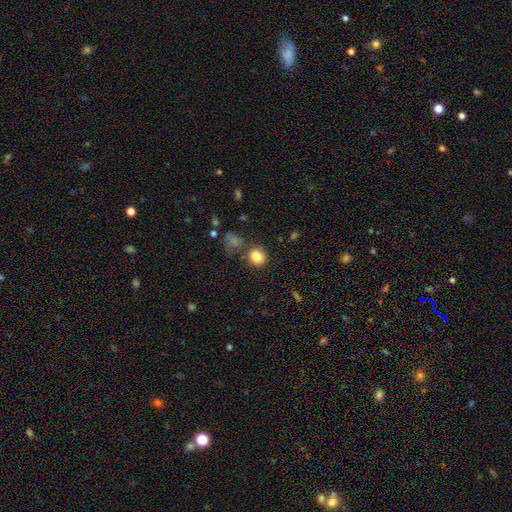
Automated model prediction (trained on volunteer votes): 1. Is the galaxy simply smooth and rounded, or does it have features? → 84% smooth, 10% star or artifact, 6% featured or disk.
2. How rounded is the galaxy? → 76% round, 23% in between, 1% cigar-shaped.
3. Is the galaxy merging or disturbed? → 73% none, 12% minor disturbance, 9% merger, 5% major disturbance.